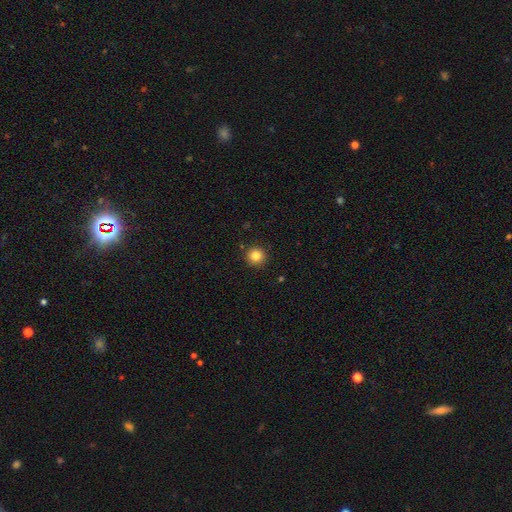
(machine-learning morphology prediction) The model was most divided on "smooth or featured": smooth: 83%, star or artifact: 12%, featured or disk: 6%. More confident: how rounded — round (95%); merging — none (91%).